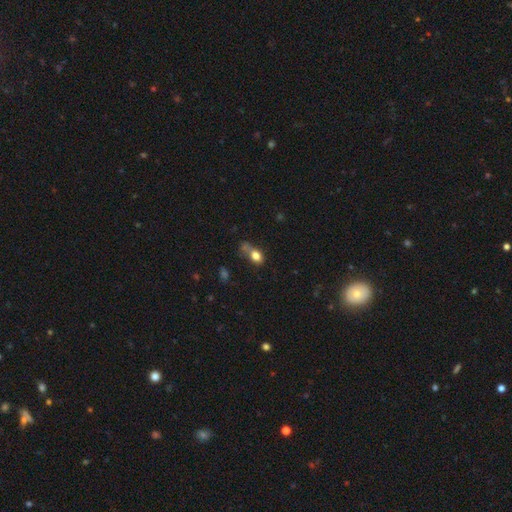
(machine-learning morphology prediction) Smooth or featured: smooth — 78% (featured or disk — 11%)
How rounded: in between — 69% (round — 27%)
Merging: none — 35% (minor disturbance — 26%)